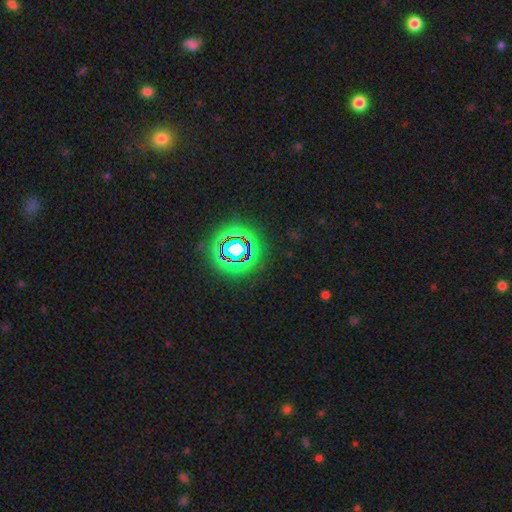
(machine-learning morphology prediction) Q: Smooth or featured?
A: star or artifact (77%); runner-up: smooth (15%)